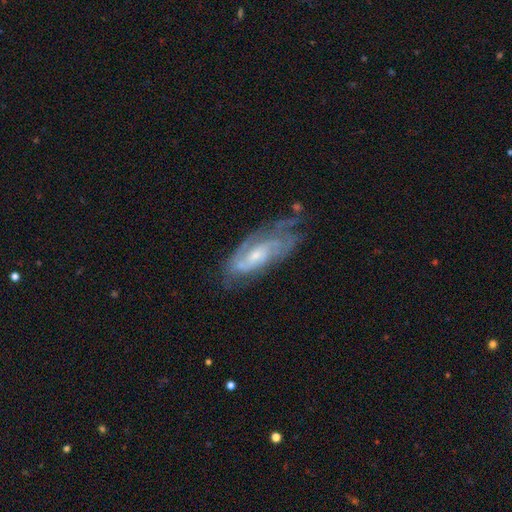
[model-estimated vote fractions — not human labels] Morphology: type=featured or disk (78%); edge-on=no (90%); bar=no (55%); spiral arms=yes (87%); winding=tight (47%); arm count=can't tell (40%); bulge=small (57%); merging=none (54%).